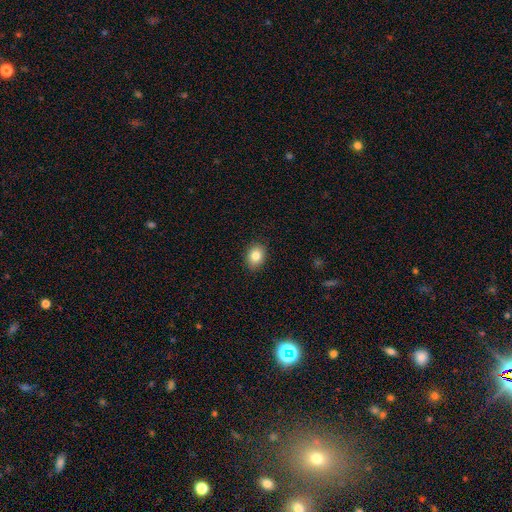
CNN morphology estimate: This is clearly a smooth galaxy (83%). How rounded: likely in between (63%). Merging: clearly none (89%).